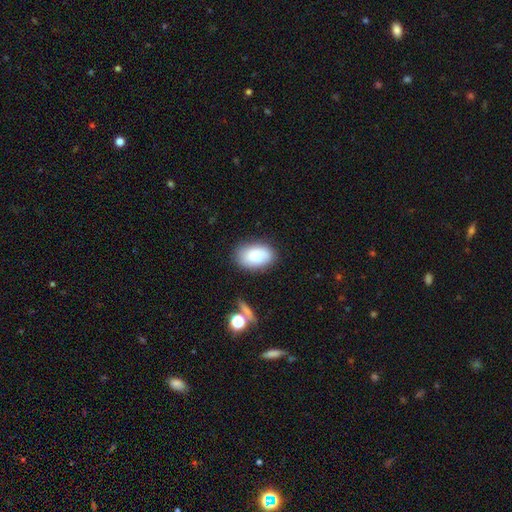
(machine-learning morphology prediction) smooth 80%, featured or disk 12%, star or artifact 8%. Down the decision tree: how rounded — in between (89%); merging — none (76%).